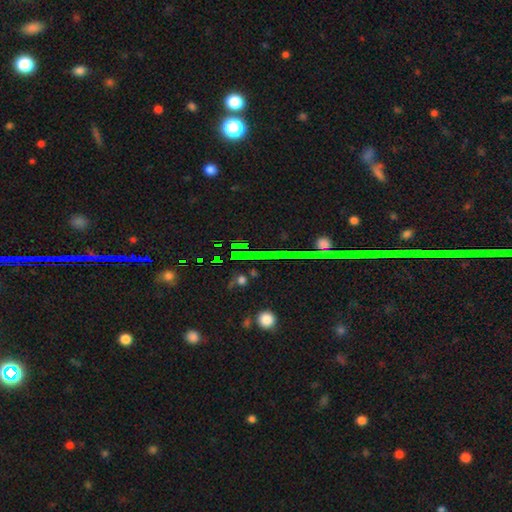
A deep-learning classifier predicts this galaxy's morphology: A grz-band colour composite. It shows a star or artifact, not a galaxy (77%).